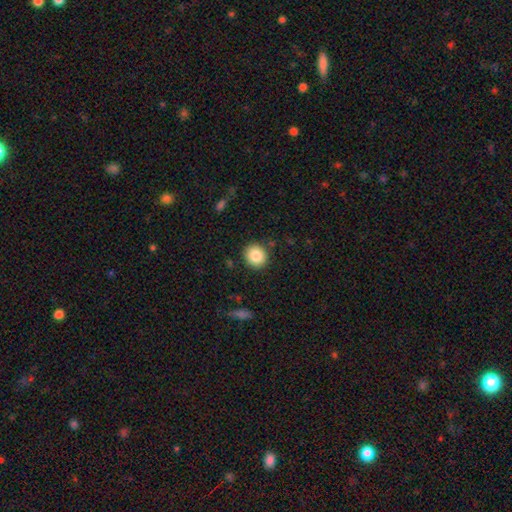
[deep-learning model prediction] A smooth galaxy with no disk features (86%) that is round (89%). Merging: none (89%).